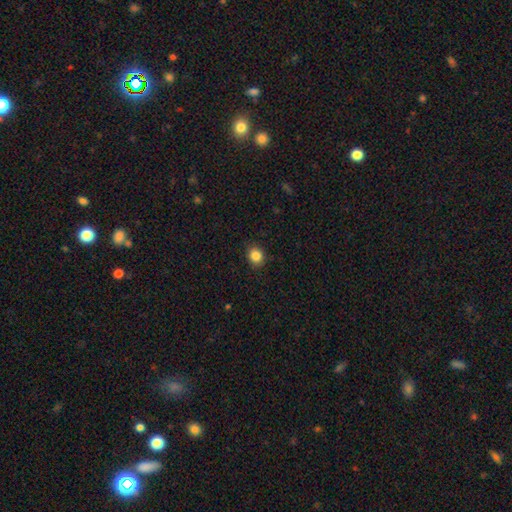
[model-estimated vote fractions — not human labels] Q: Smooth or featured?
A: smooth (86%); runner-up: star or artifact (10%)
Q: How rounded?
A: round (74%); runner-up: in between (25%)
Q: Merging?
A: none (89%); runner-up: minor disturbance (8%)